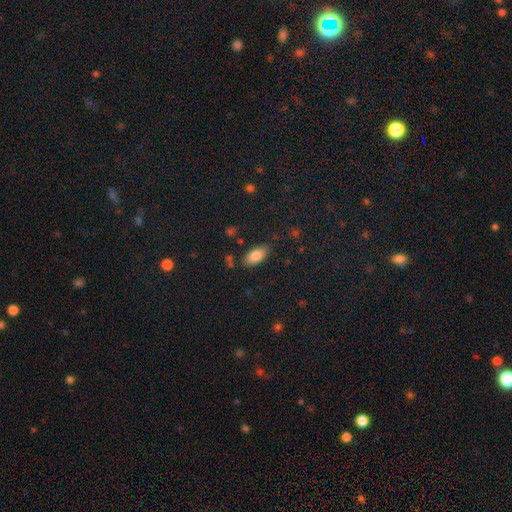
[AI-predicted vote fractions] A smooth galaxy with no disk features (82%) that is in between round and cigar-shaped (90%). Merging: none (79%).